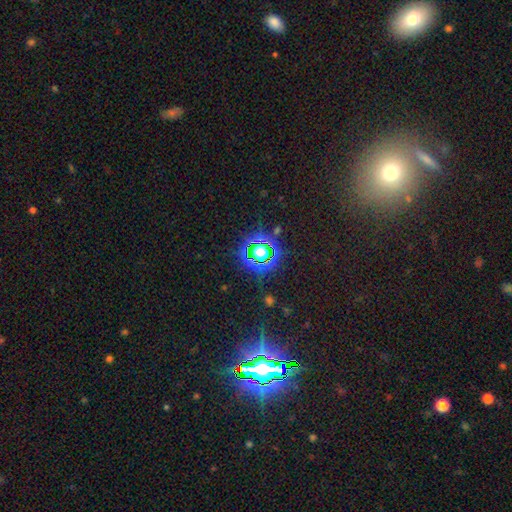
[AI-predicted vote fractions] A star or artifact, not a galaxy (69%).

Vote fractions:
- Smooth or featured? star or artifact: 69% / smooth: 22% / featured or disk: 9%